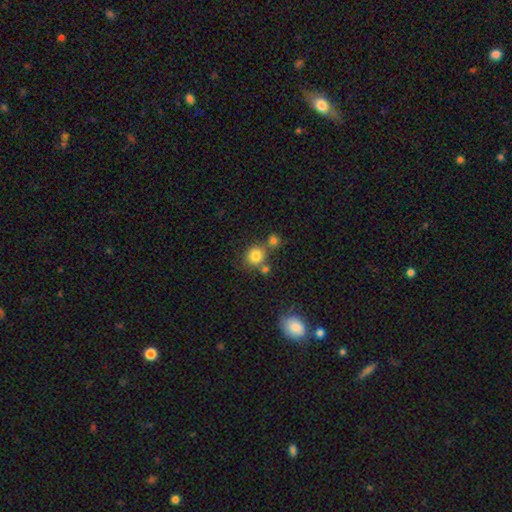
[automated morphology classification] Q: Smooth or featured?
A: smooth (81%); runner-up: star or artifact (12%)
Q: How rounded?
A: round (86%); runner-up: in between (13%)
Q: Merging?
A: none (65%); runner-up: merger (22%)